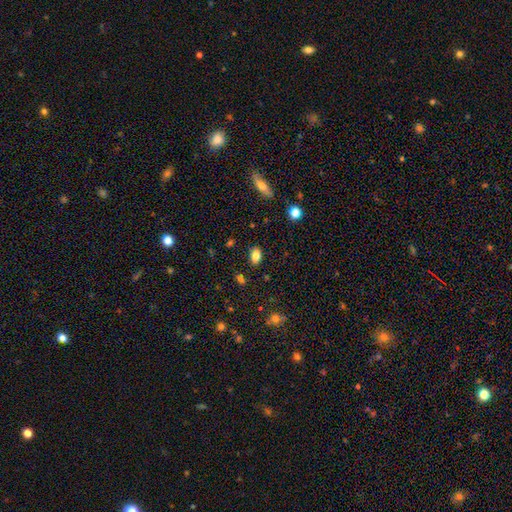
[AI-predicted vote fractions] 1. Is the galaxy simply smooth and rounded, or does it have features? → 82% smooth, 10% star or artifact, 8% featured or disk.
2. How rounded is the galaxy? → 84% in between, 14% round, 2% cigar-shaped.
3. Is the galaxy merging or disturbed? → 85% none, 10% minor disturbance, 2% major disturbance, 2% merger.